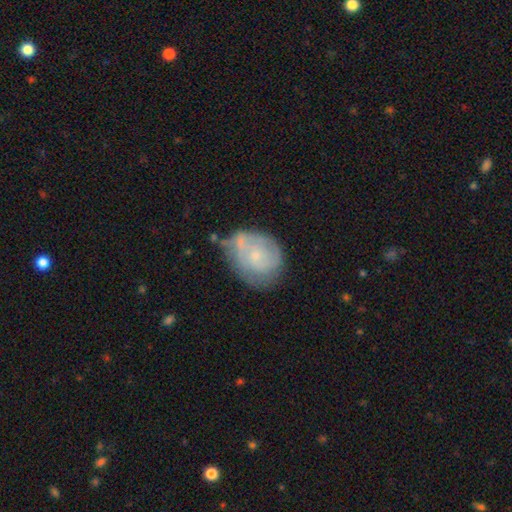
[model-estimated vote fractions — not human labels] A featured or disk galaxy (56%) with no bar (79%), spiral arms (65%) and a small central bulge (73%).

Vote fractions:
- Smooth or featured? featured or disk: 56% / smooth: 37% / star or artifact: 7%
- Edge-on disk? no: 97% / yes: 3%
- Bar? no: 79% / weak: 18% / strong: 3%
- Spiral arms? yes: 65% / no: 35%
- Bulge size? small: 73% / moderate: 18% / none: 6% / large: 1% / dominant: 1%
- Merging? none: 48% / minor disturbance: 32% / major disturbance: 14% / merger: 5%